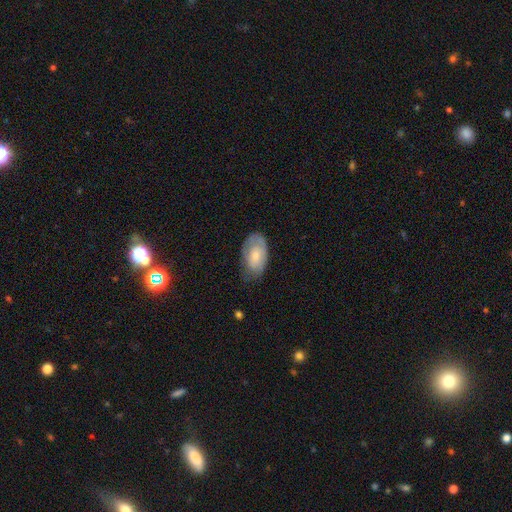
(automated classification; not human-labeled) The model was most divided on "merging": none: 59%, minor disturbance: 30%, major disturbance: 9%, merger: 1%. More confident: how rounded — in between (93%); smooth or featured — smooth (63%).